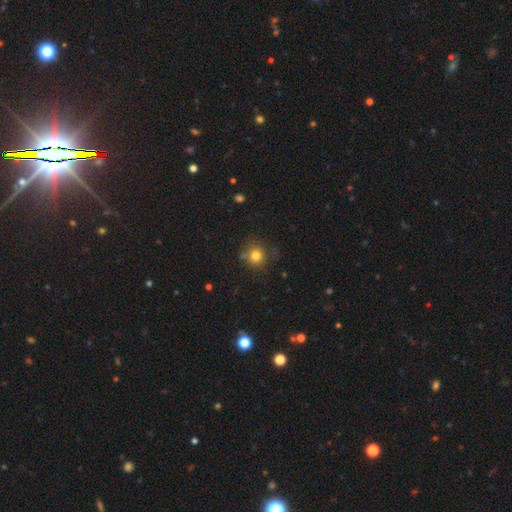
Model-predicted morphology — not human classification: Overall: smooth (80%). How rounded: round (90%). Merging: none (77%).